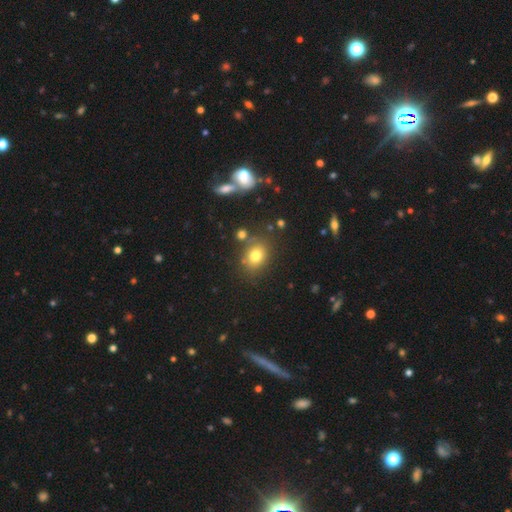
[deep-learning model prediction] smooth 76%, star or artifact 14%, featured or disk 10%. Down the decision tree: how rounded — round (50%); merging — none (76%).